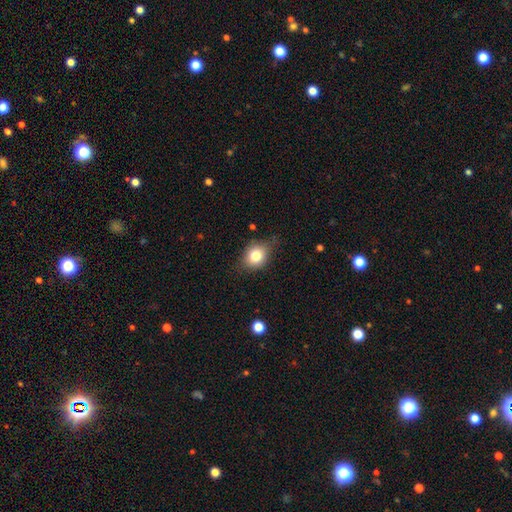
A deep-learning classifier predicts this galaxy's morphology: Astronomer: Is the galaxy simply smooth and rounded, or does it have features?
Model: smooth — 79%.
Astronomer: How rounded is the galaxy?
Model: in between — 55% (runner-up: round, 44%).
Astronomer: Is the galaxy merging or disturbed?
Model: none — 69%.